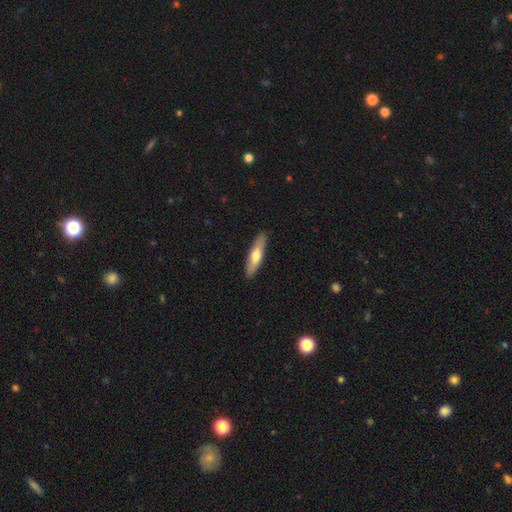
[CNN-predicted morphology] smooth_or_featured: smooth (p=0.61) [alt: featured or disk p=0.34]
how_rounded: cigar-shaped (p=0.73) [alt: in between p=0.26]
merging: none (p=0.89) [alt: minor disturbance p=0.08]